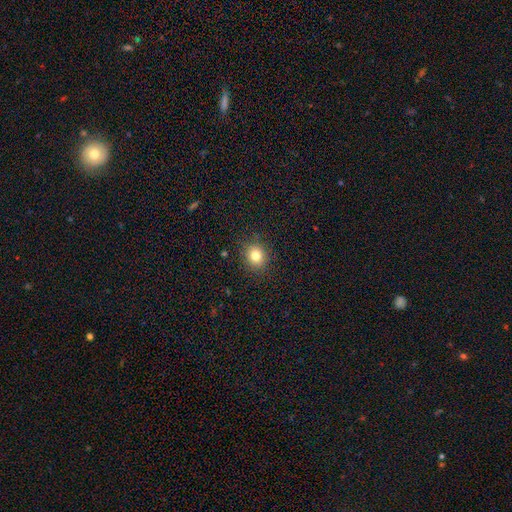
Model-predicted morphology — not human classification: type=smooth (81%); roundness=round (78%); merging=none (88%).